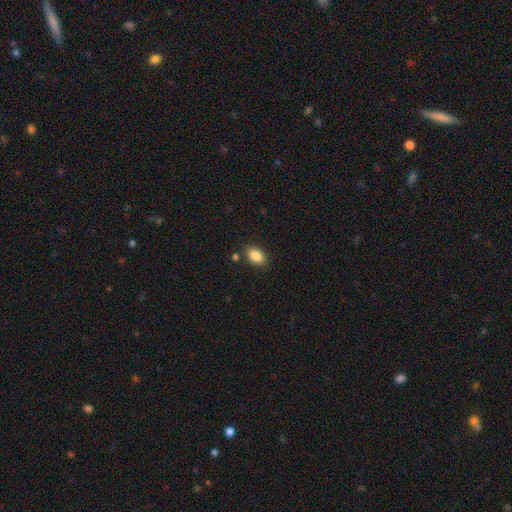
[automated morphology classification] This appears to be a smooth galaxy with no disk features (87%) that is in between round and cigar-shaped (86%). Merging: none (84%).